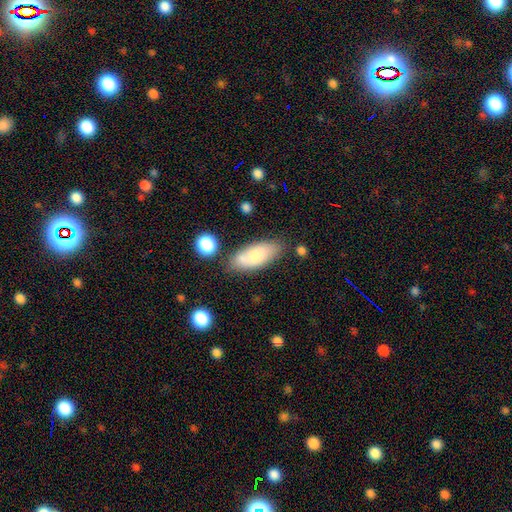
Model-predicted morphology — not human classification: smooth-or-featured: smooth: 74% | featured or disk: 19% | star or artifact: 7%
  how-rounded: in between: 83% | cigar-shaped: 14% | round: 3%
  merging: none: 67% | minor disturbance: 18% | merger: 10% | major disturbance: 5%